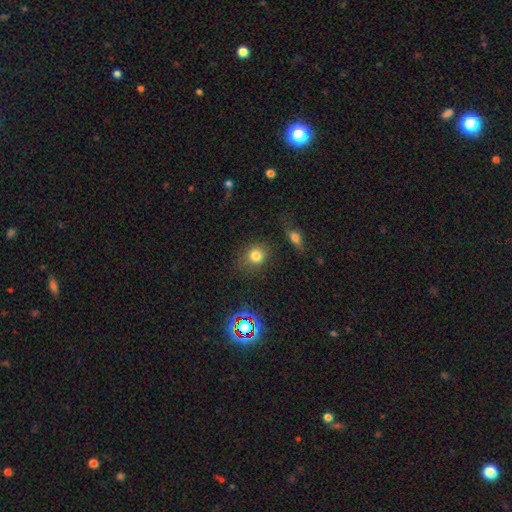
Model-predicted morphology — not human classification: Smooth or featured? Predicted: smooth (p=0.77). How rounded? Predicted: round (p=0.77). Merging? Predicted: none (p=0.78).